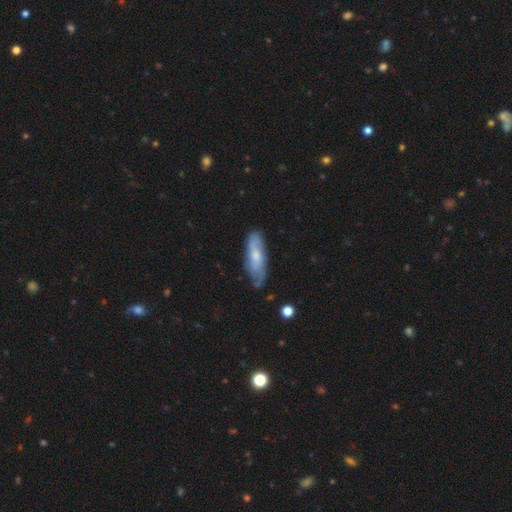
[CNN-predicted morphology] Smooth or featured? Predicted: smooth (p=0.50). Merging? Predicted: none (p=0.66).